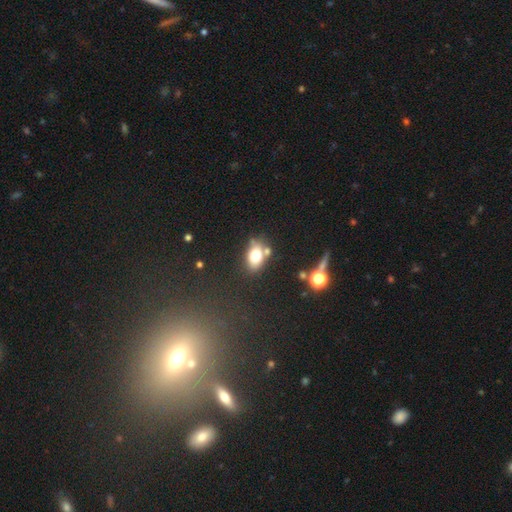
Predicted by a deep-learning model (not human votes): Smooth or featured? Predicted: smooth (p=0.75). How rounded? Predicted: in between (p=0.82). Merging? Predicted: none (p=0.61).